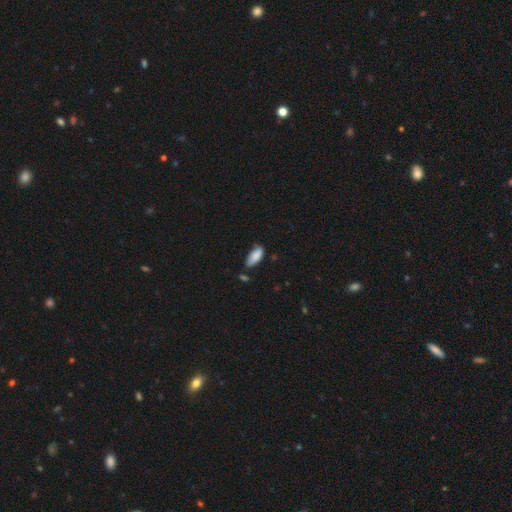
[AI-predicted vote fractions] A smooth galaxy with no disk features (86%) that is in between round and cigar-shaped (87%). Merging: none (57%).